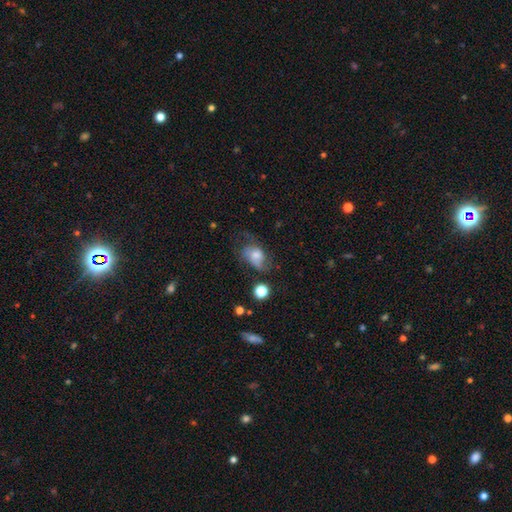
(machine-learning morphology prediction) The model was most divided on "merging": major disturbance: 36%, none: 31%, minor disturbance: 28%, merger: 5%. More confident: how rounded — in between (74%); smooth or featured — smooth (56%).